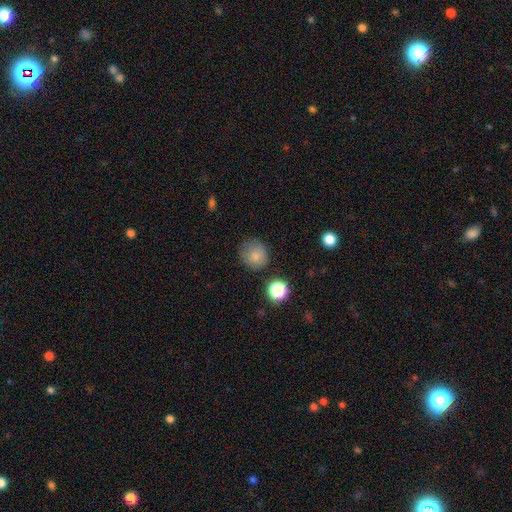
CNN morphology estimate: Overall: smooth (82%). How rounded: round (86%). Merging: none (78%).